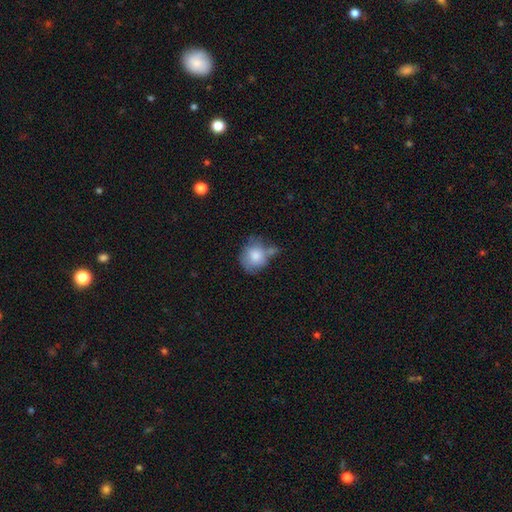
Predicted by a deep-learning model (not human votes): This is likely a smooth galaxy (78%). How rounded: likely round (76%). Merging: marginally none (40%).